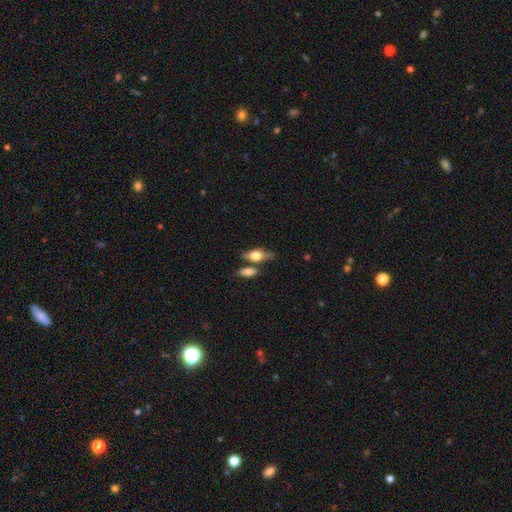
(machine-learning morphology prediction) Overall: smooth (53%; featured or disk 40%). How rounded: in between (62%; cigar-shaped 31%). Merging: none (62%).